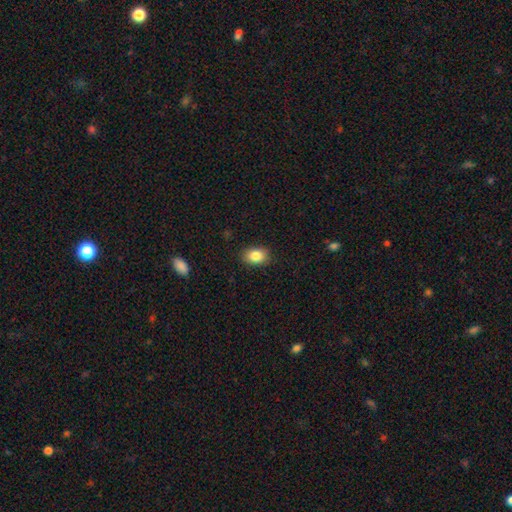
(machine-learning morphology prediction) Overall: smooth (85%). How rounded: in between (79%). Merging: none (87%).